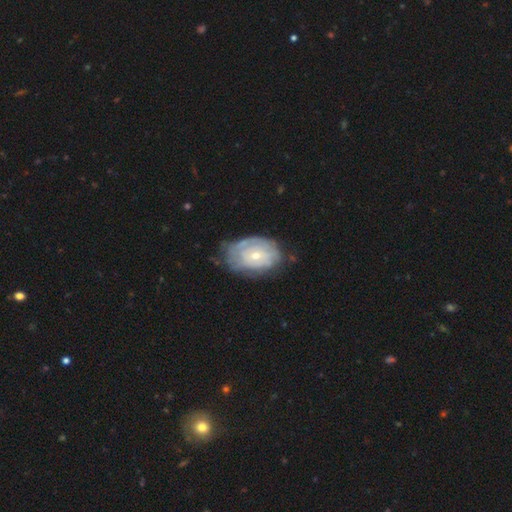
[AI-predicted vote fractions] featured or disk 63%, smooth 30%, star or artifact 6%. Down the decision tree: edge-on disk — no (95%); bar — no (82%); spiral arms — yes (61%); bulge size — small (63%); merging — none (55%).